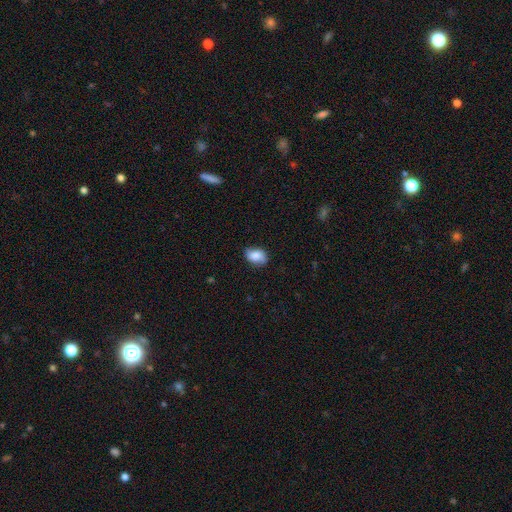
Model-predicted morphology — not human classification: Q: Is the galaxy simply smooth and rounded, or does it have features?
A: smooth — 69%.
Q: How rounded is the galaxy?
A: in between — 75%.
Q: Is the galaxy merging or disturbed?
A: none — 75%.